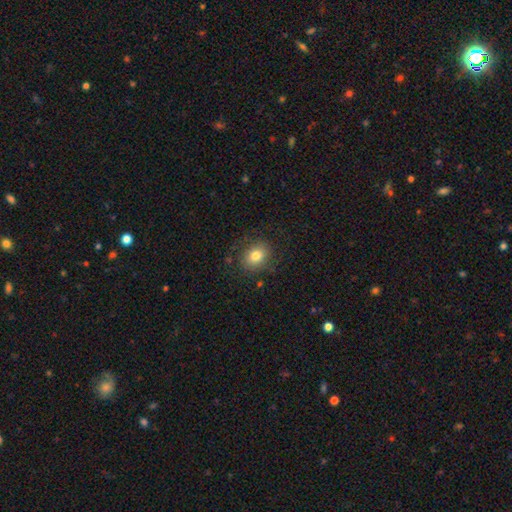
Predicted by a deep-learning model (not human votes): A smooth galaxy with no disk features (79%) that is round (51%). Merging: none (81%).